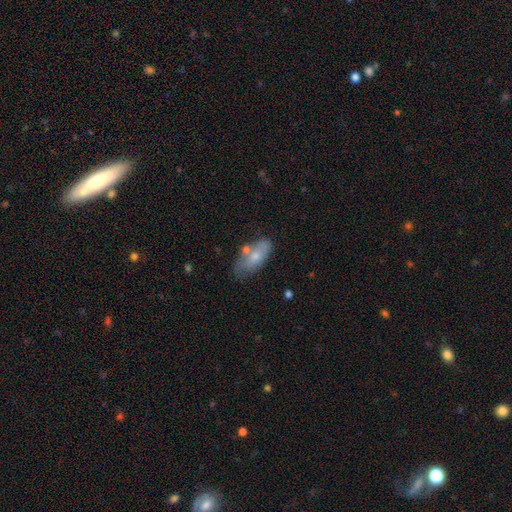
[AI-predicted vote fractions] smooth_or_featured: smooth (p=0.64) [alt: featured or disk p=0.29]
how_rounded: in between (p=0.84) [alt: cigar-shaped p=0.13]
merging: none (p=0.51) [alt: minor disturbance p=0.25]